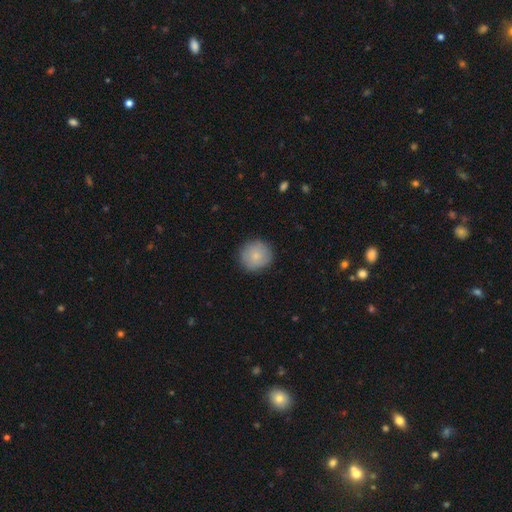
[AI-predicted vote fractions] Smooth or featured: smooth — 82% (featured or disk — 11%)
How rounded: round — 93% (in between — 6%)
Merging: none — 88% (minor disturbance — 9%)